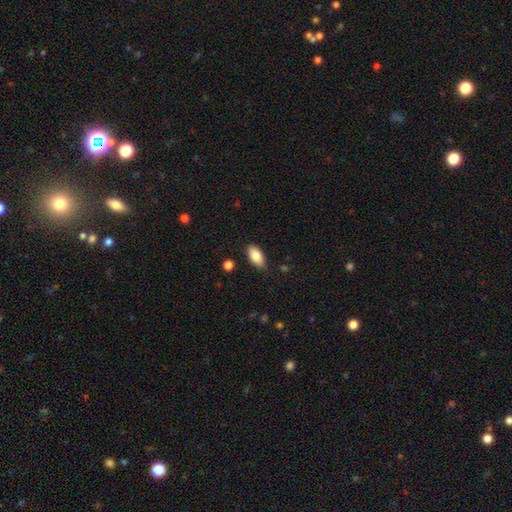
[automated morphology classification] Overall: smooth (84%). How rounded: in between (91%). Merging: none (83%).